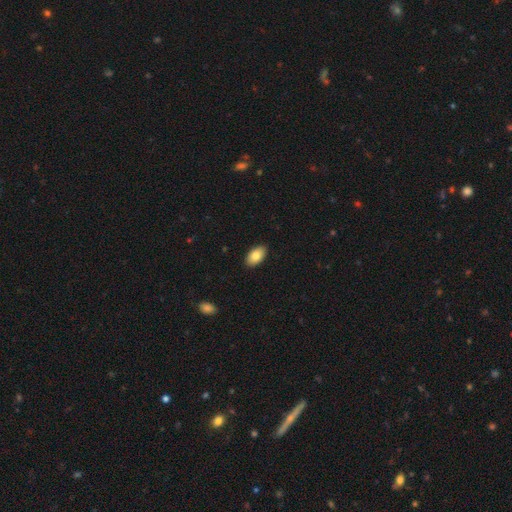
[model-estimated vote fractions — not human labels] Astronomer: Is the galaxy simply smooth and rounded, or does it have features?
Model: smooth — 84%.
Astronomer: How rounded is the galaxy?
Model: in between — 95%.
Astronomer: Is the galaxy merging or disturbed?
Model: none — 89%.